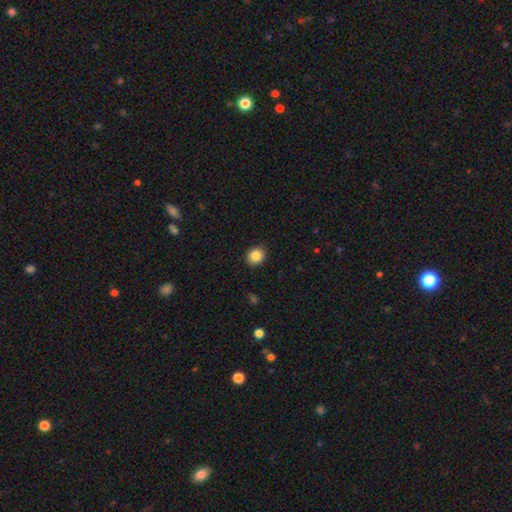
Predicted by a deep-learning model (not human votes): smooth_or_featured: smooth (p=0.86) [alt: star or artifact p=0.09]
how_rounded: round (p=0.81) [alt: in between p=0.18]
merging: none (p=0.91) [alt: minor disturbance p=0.06]